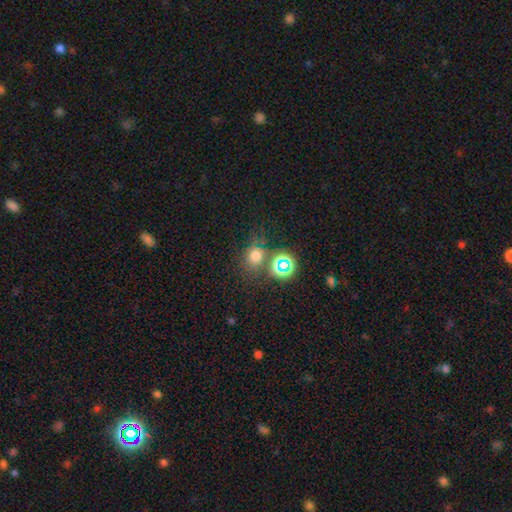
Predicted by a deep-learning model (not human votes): Smooth or featured? Predicted: smooth (p=0.65). How rounded? Predicted: round (p=0.69). Merging? Predicted: none (p=0.67).